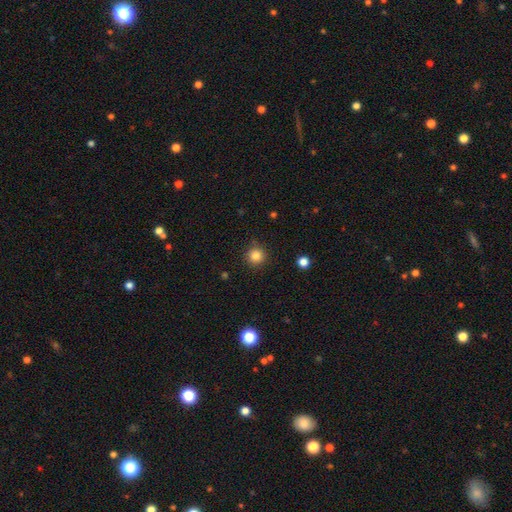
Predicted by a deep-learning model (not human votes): Overall: smooth (83%). How rounded: round (95%). Merging: none (89%).